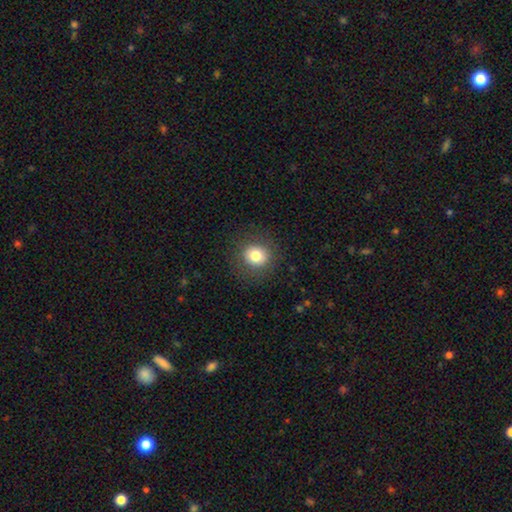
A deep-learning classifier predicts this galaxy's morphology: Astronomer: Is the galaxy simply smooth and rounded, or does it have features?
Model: smooth — 80%.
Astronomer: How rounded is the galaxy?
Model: round — 87%.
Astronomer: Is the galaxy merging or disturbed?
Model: none — 87%.